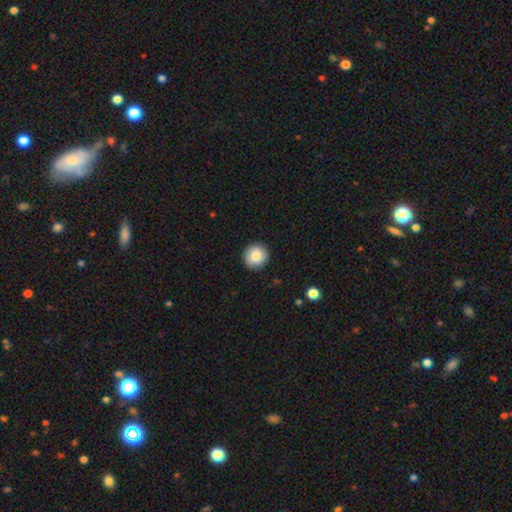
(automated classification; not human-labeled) Overall: smooth (84%). How rounded: round (93%). Merging: none (92%).